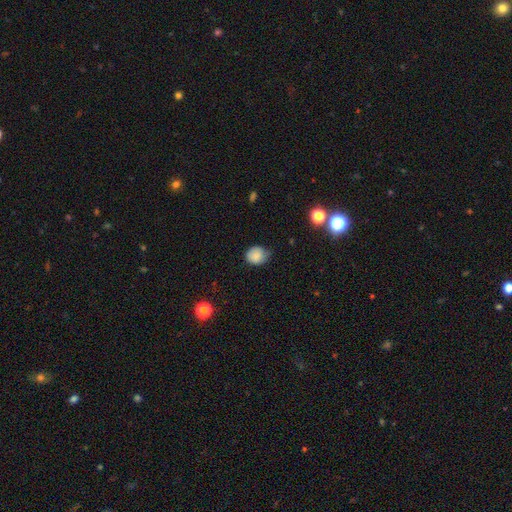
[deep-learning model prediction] smooth 83%, star or artifact 10%, featured or disk 7%. Down the decision tree: how rounded — round (71%); merging — none (62%).